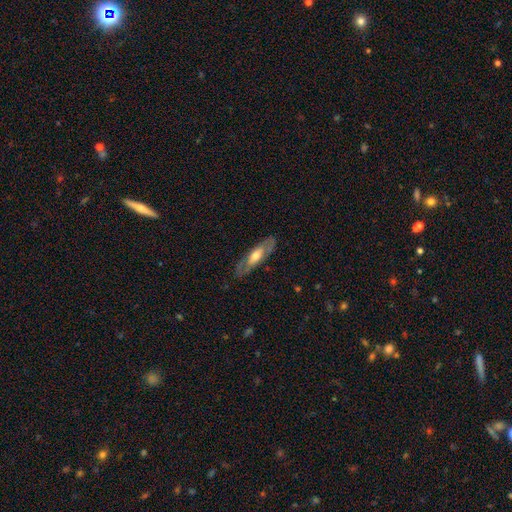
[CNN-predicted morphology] The model was most divided on "smooth or featured": featured or disk: 56%, smooth: 39%, star or artifact: 5%. More confident: merging — none (82%); edge-on disk — no (60%).